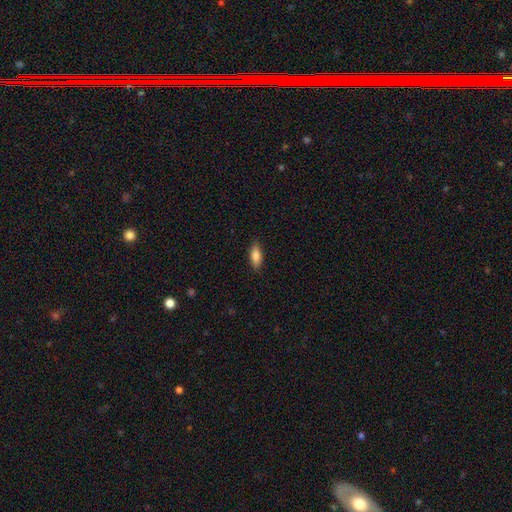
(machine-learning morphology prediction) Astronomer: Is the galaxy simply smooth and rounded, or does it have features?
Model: smooth — 82%.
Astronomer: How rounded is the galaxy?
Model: in between — 75%.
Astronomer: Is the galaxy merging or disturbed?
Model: none — 86%.